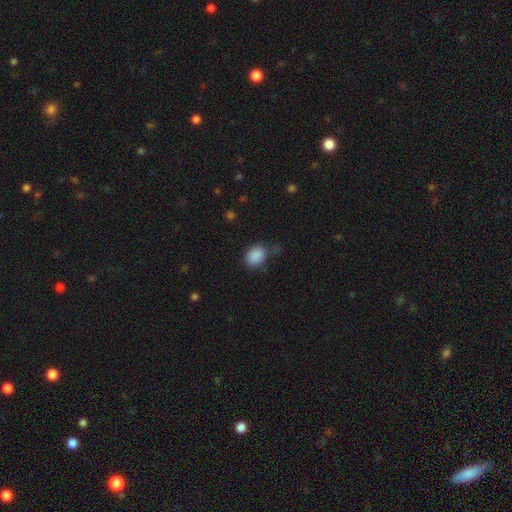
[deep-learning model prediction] Morphology: type=smooth (87%); roundness=round (50%); merging=none (59%).